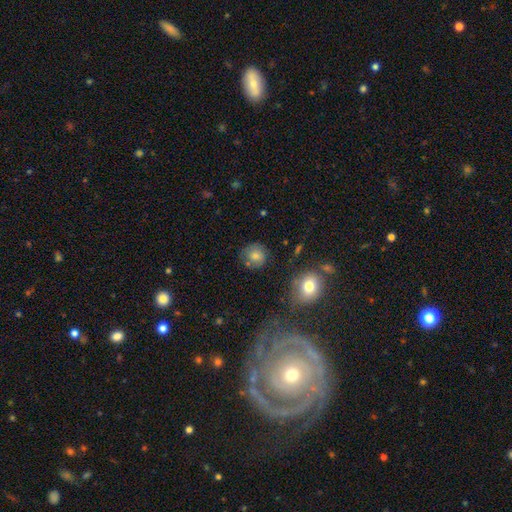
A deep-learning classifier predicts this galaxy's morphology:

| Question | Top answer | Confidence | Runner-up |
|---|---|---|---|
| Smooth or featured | smooth | 76% | featured or disk (13%) |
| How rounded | round | 86% | in between (13%) |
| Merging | none | 77% | minor disturbance (14%) |